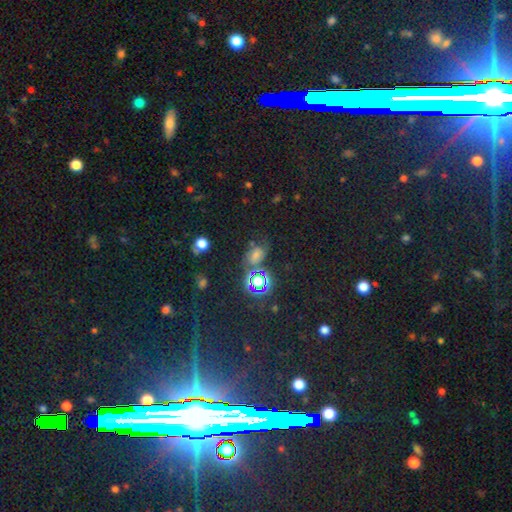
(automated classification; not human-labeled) Smooth or featured: star or artifact — 52% (smooth — 35%)